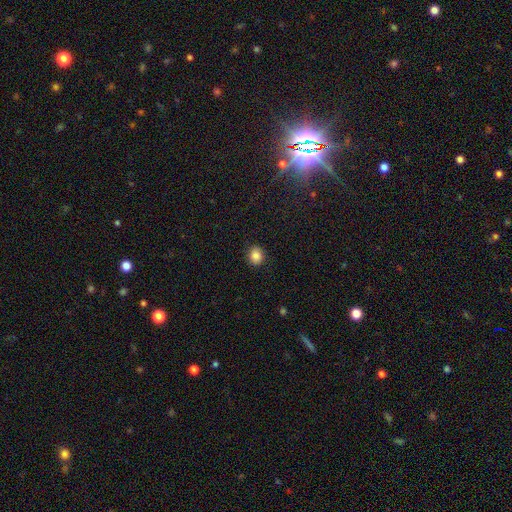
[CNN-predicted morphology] smooth-or-featured: smooth: 86% | star or artifact: 10% | featured or disk: 5%
  how-rounded: round: 67% | in between: 32% | cigar-shaped: 1%
  merging: none: 90% | minor disturbance: 7% | major disturbance: 2% | merger: 1%